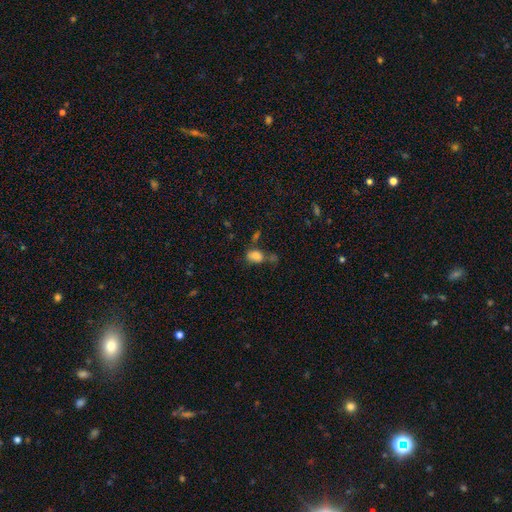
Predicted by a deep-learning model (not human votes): Overall: smooth (80%). How rounded: in between (81%). Merging: none (44%; merger 22%).